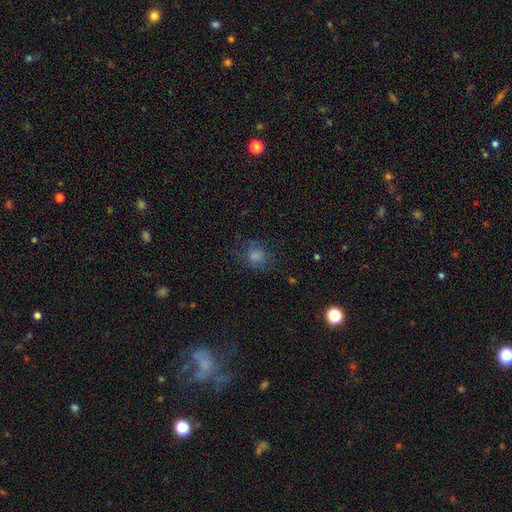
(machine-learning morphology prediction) A smooth galaxy with no disk features (80%) that is round (76%).

Vote fractions:
- Smooth or featured? smooth: 80% / star or artifact: 14% / featured or disk: 6%
- How rounded? round: 76% / in between: 23% / cigar-shaped: 1%
- Merging? none: 72% / minor disturbance: 18% / major disturbance: 9% / merger: 2%